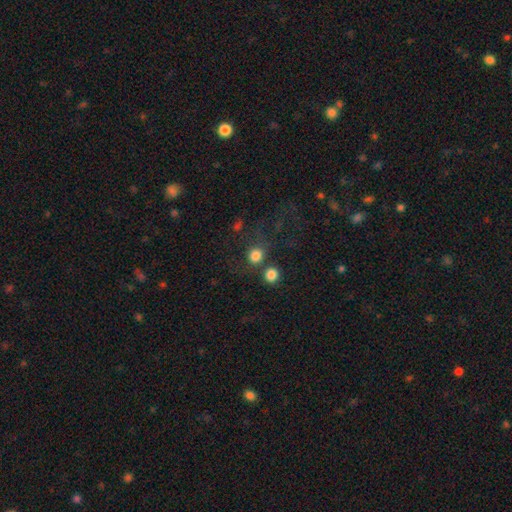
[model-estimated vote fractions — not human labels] Q: Smooth or featured?
A: smooth (81%); runner-up: star or artifact (13%)
Q: How rounded?
A: round (86%); runner-up: in between (13%)
Q: Merging?
A: none (60%); runner-up: merger (23%)